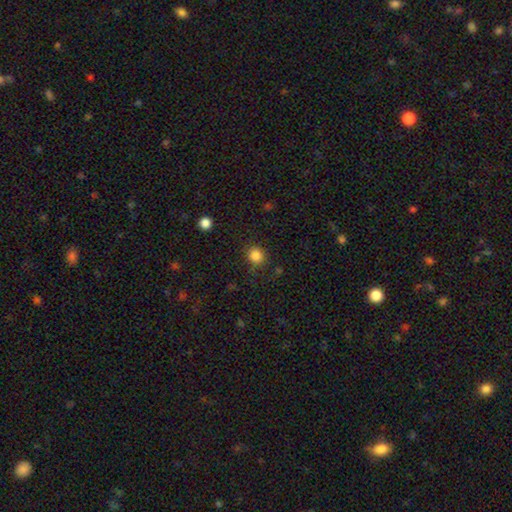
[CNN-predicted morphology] smooth_or_featured: smooth (p=0.85) [alt: star or artifact p=0.12]
how_rounded: round (p=0.84) [alt: in between p=0.15]
merging: none (p=0.86) [alt: minor disturbance p=0.10]